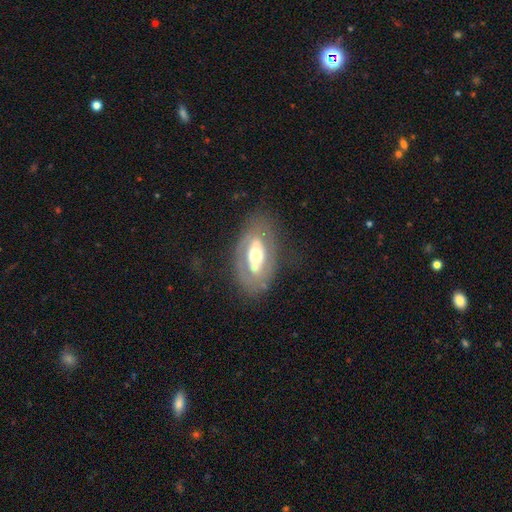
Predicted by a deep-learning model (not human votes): smooth-or-featured: featured or disk: 64% | smooth: 29% | star or artifact: 7%
  disk-edge-on: no: 89% | yes: 11%
    bar: no: 56% | weak: 24% | strong: 21%
    has-spiral-arms: no: 66% | yes: 34%
    bulge-size: moderate: 62% | large: 25% | small: 9% | dominant: 3% | none: 1%
  merging: none: 66% | minor disturbance: 19% | major disturbance: 11% | merger: 3%